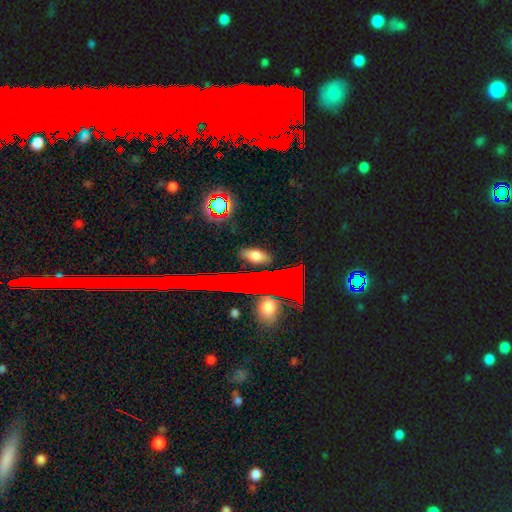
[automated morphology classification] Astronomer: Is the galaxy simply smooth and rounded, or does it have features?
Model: smooth — 55%.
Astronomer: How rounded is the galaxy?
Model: in between — 77%.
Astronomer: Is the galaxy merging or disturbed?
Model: none — 85%.